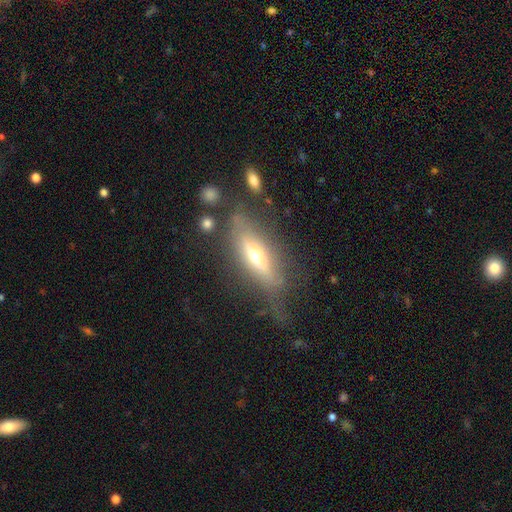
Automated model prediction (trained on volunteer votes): Morphology: type=featured or disk (57%); edge-on=yes (72%); merging=none (56%).